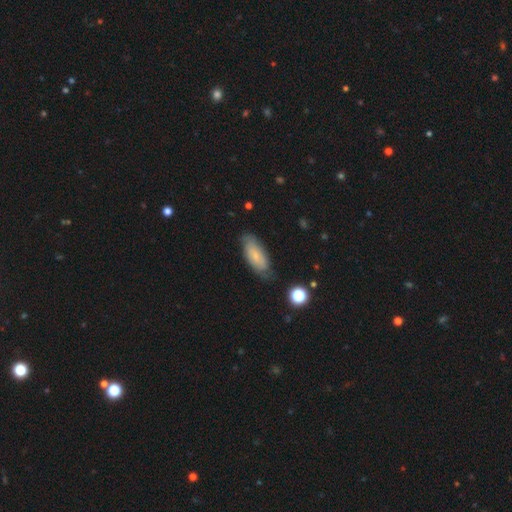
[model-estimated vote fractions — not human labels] This appears to be a smooth galaxy with no disk features (59%) that is in between round and cigar-shaped (81%). Merging: none (71%).